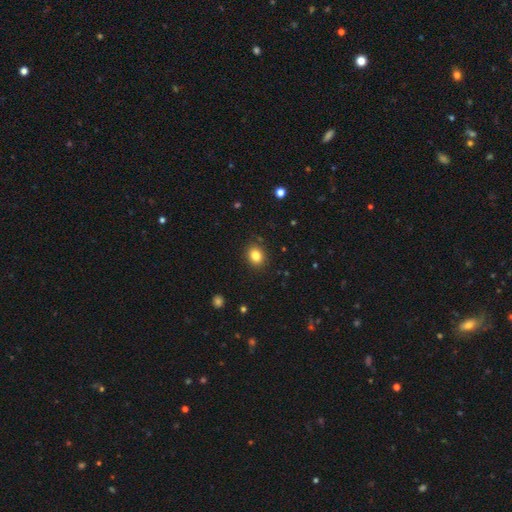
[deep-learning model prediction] Smooth or featured?
  - smooth: 83% *
  - star or artifact: 11%
  - featured or disk: 6%
How rounded?
  - round: 56% *
  - in between: 43%
  - cigar-shaped: 1%
Merging?
  - none: 89% *
  - minor disturbance: 7%
  - major disturbance: 2%
  - merger: 1%